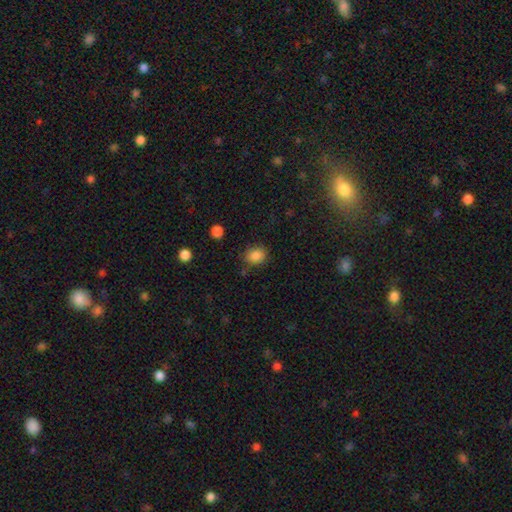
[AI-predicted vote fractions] A smooth galaxy with no disk features (86%) that is round (51%). Merging: none (79%).